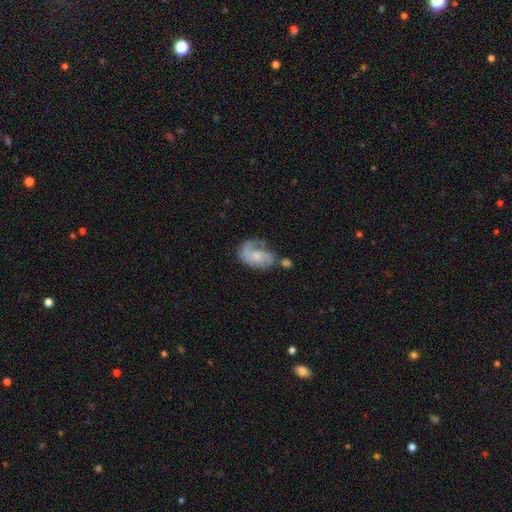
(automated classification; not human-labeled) Overall: featured or disk (68%). Edge-on disk: no (97%). Bar: no (66%; weak 29%). Spiral arms: yes (89%). Spiral arm count: 2 (46%; 1 37%). Spiral winding: medium (42%; loose 30%). Bulge size: small (51%; moderate 35%). Merging: none (43%; minor disturbance 24%).